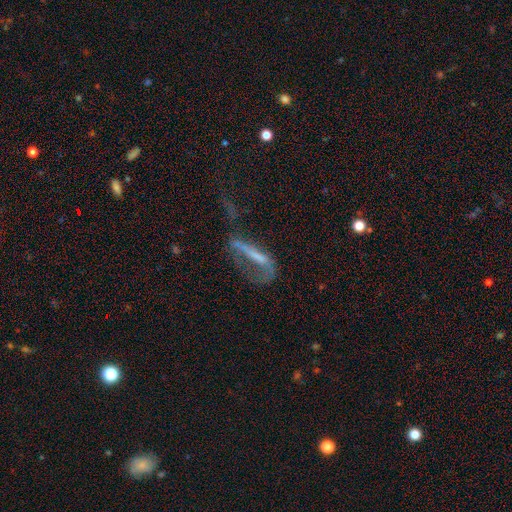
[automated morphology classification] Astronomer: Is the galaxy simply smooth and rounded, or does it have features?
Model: featured or disk — 47% (runner-up: smooth, 39%).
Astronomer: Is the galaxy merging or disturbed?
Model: major disturbance — 52%.